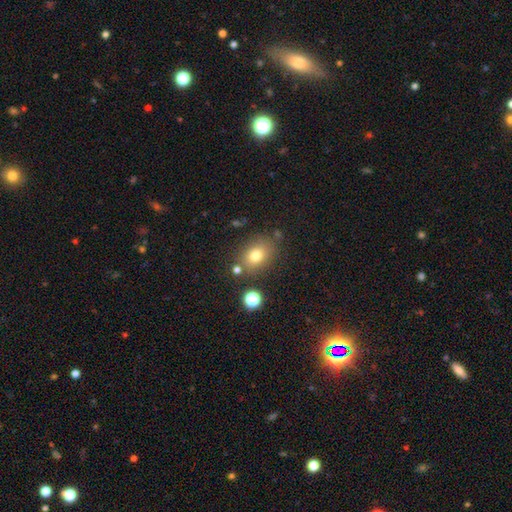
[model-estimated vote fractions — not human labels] Morphology: type=smooth (76%); roundness=in between (62%); merging=none (76%).